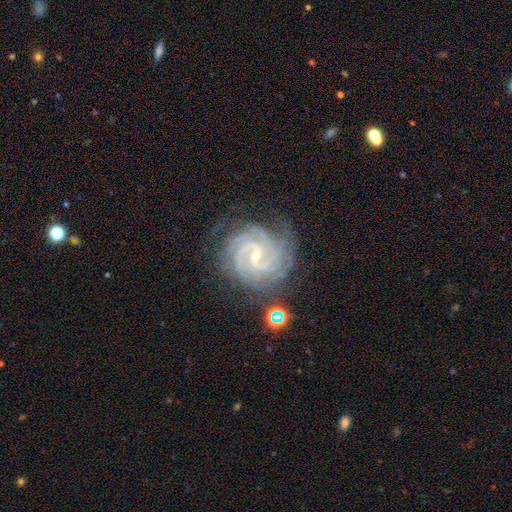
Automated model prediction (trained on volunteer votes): This appears to be a featured or disk galaxy (91%) with a weak bar (51%), 3 (26%, tied with 2) tight (73%) spiral arms (98%) and a small central bulge (75%). Merging: none (74%).